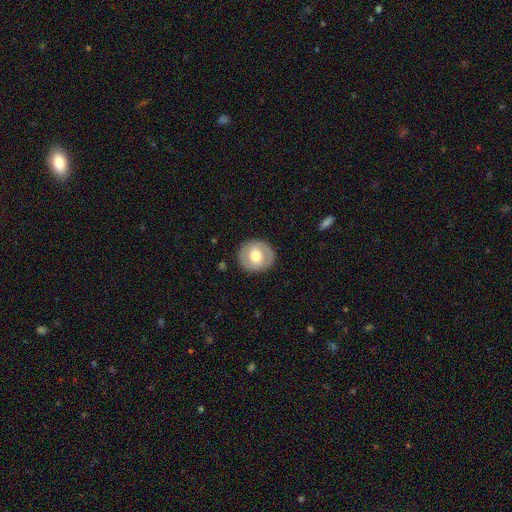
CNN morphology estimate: A smooth galaxy with no disk features (54%) that is round (83%). Merging: none (87%).